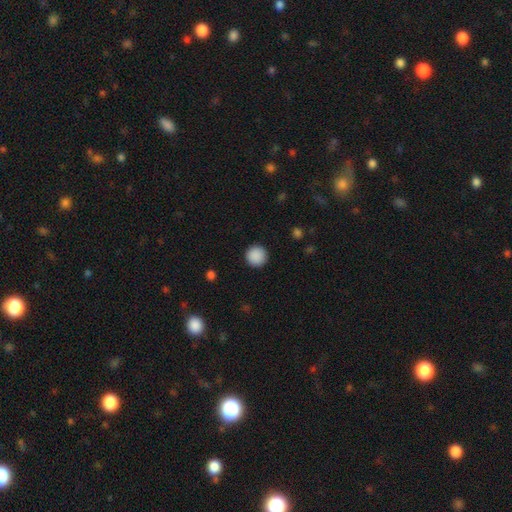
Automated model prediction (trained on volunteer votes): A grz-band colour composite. It shows a smooth galaxy with no disk features (89%) that is round (96%). Merging: none (92%).